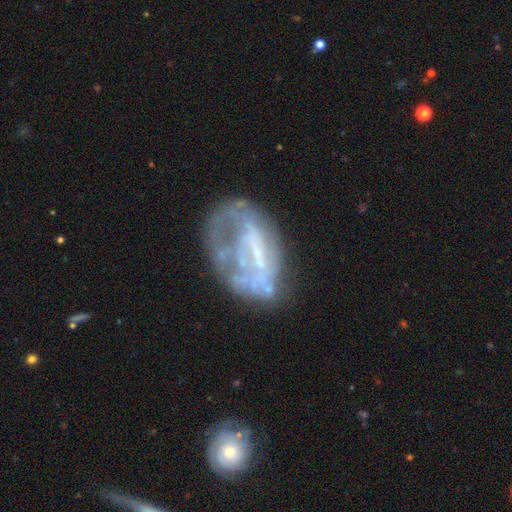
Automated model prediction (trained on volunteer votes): smooth-or-featured: featured or disk: 69% | smooth: 21% | star or artifact: 11%
  disk-edge-on: no: 96% | yes: 4%
    bar: no: 54% | weak: 28% | strong: 18%
    has-spiral-arms: no: 73% | yes: 27%
    bulge-size: none: 54% | small: 30% | moderate: 12% | large: 2% | dominant: 1%
  merging: none: 41% | major disturbance: 30% | minor disturbance: 23% | merger: 6%